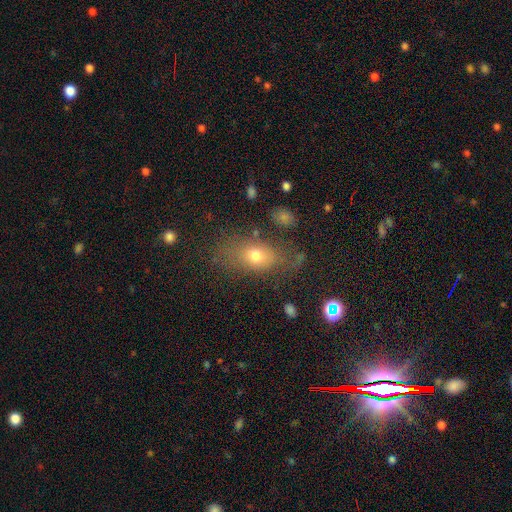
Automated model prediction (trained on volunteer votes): Smooth or featured?
  - smooth: 68% *
  - featured or disk: 18%
  - star or artifact: 14%
How rounded?
  - in between: 78% *
  - round: 17%
  - cigar-shaped: 6%
Merging?
  - none: 68% *
  - minor disturbance: 18%
  - major disturbance: 10%
  - merger: 4%